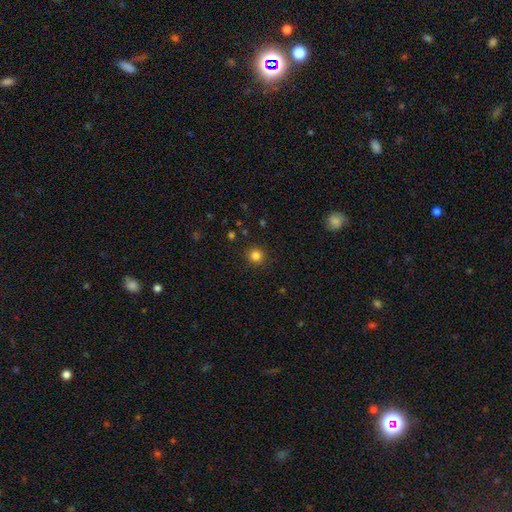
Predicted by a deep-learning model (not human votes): Smooth or featured?
  - smooth: 83% *
  - star or artifact: 13%
  - featured or disk: 5%
How rounded?
  - round: 93% *
  - in between: 6%
  - cigar-shaped: 1%
Merging?
  - none: 91% *
  - minor disturbance: 6%
  - major disturbance: 2%
  - merger: 1%